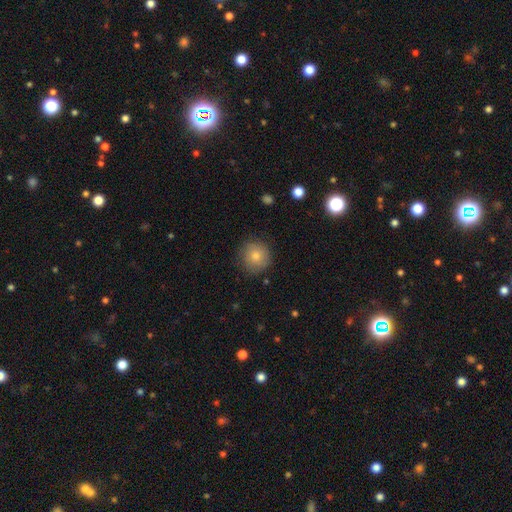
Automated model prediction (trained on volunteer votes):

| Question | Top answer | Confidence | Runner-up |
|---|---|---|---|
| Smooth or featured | smooth | 73% | featured or disk (14%) |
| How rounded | round | 94% | in between (5%) |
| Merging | none | 87% | minor disturbance (10%) |